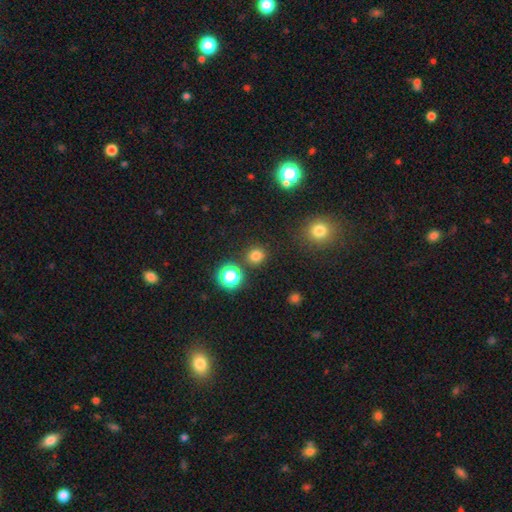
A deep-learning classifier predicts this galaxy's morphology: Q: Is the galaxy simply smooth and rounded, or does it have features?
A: smooth — 77%.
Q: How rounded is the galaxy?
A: round — 89%.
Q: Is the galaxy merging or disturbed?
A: none — 87%.